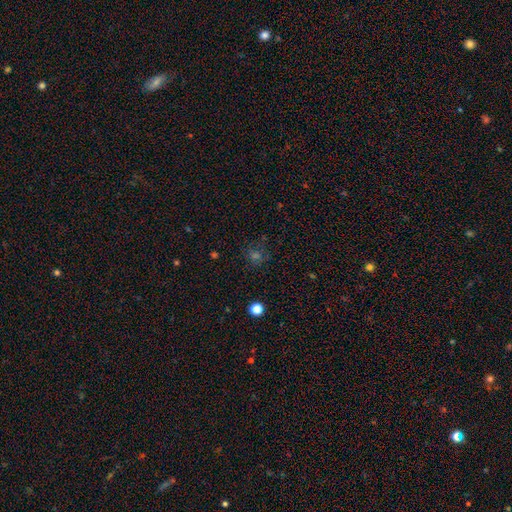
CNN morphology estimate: smooth-or-featured: smooth: 49% | star or artifact: 38% | featured or disk: 13%
  merging: none: 76% | minor disturbance: 14% | major disturbance: 7% | merger: 3%